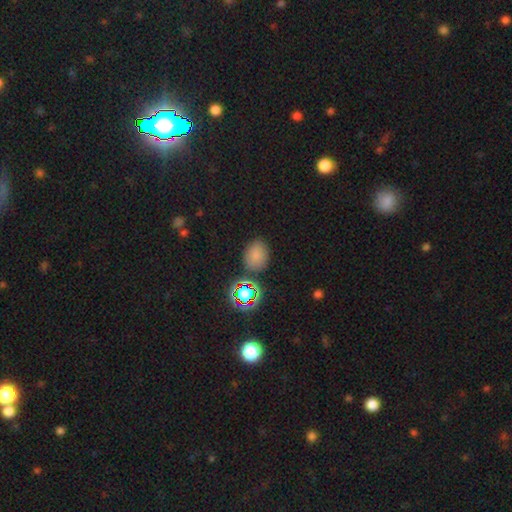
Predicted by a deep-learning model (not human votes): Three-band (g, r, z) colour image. It shows a smooth galaxy with no disk features (71%) that is in between round and cigar-shaped (56%). Merging: none (78%).